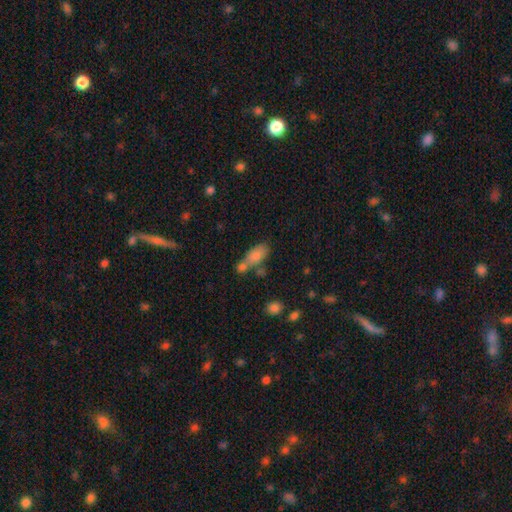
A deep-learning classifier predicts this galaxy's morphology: This appears to be a smooth galaxy with no disk features (79%) that is in between round and cigar-shaped (83%). Merging: merger (43%).